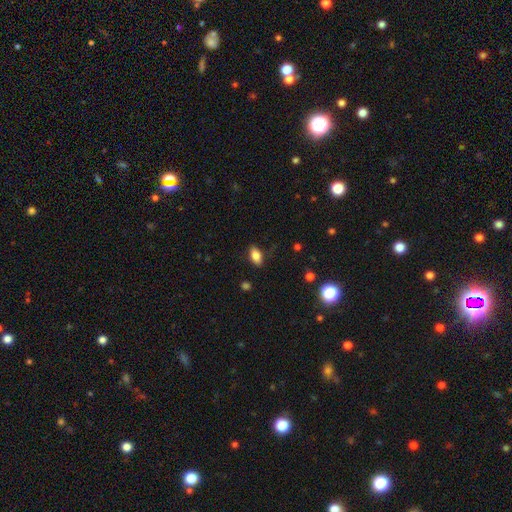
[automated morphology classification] Smooth or featured? smooth (82%)
How rounded? in between (89%)
Merging? none (84%)